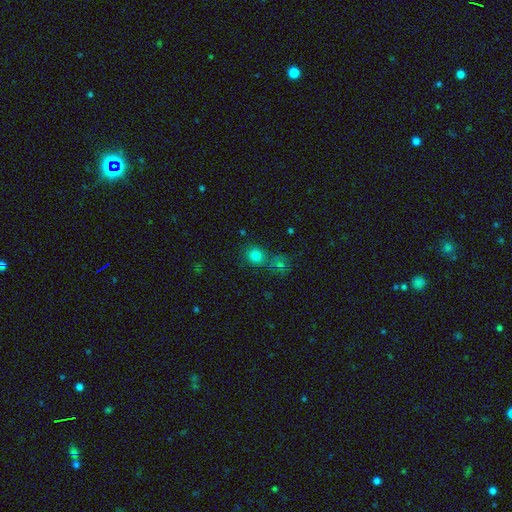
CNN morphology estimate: The model was most divided on "merging": none: 59%, merger: 28%, minor disturbance: 9%, major disturbance: 4%. More confident: how rounded — round (82%); smooth or featured — smooth (79%).